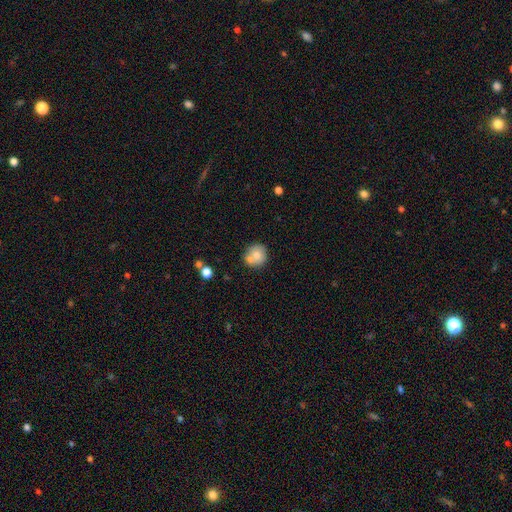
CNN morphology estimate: This is likely a smooth galaxy (73%). How rounded: clearly round (85%). Merging: possibly none (57%).